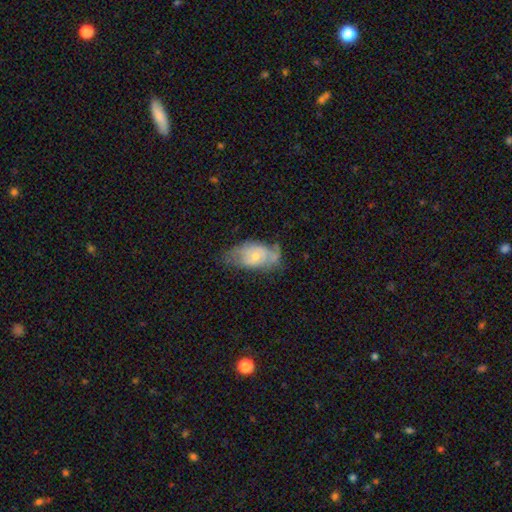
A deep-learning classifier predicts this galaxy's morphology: Overall: featured or disk (53%; smooth 40%). Edge-on disk: no (93%). Merging: none (41%; minor disturbance 34%).